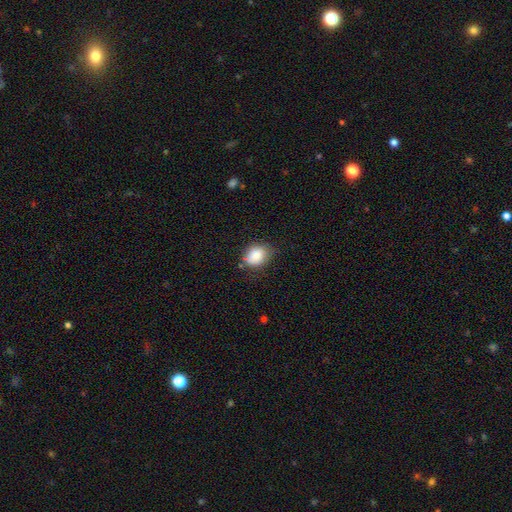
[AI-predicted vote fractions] Q: Smooth or featured?
A: smooth (85%); runner-up: star or artifact (8%)
Q: How rounded?
A: in between (51%); runner-up: round (48%)
Q: Merging?
A: none (66%); runner-up: minor disturbance (26%)